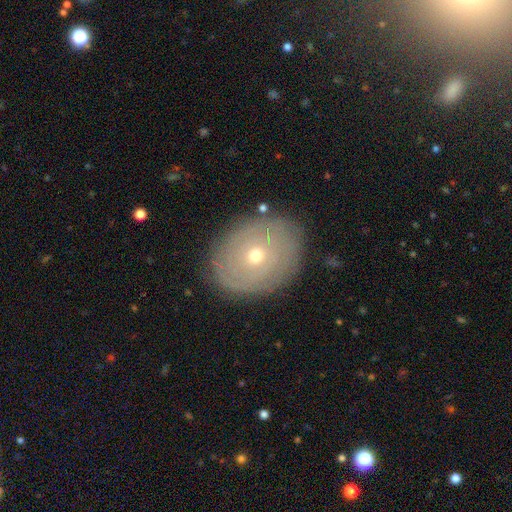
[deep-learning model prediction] A featured or disk galaxy (59%) with no bar (87%), spiral arms (59%) and a small central bulge (54%). Merging: none (85%).